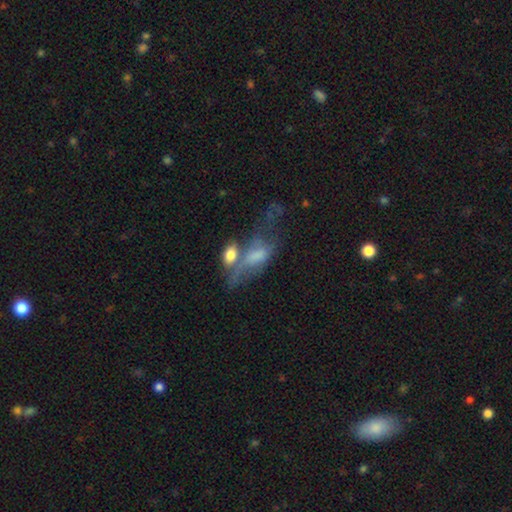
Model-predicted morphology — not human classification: smooth 52%, featured or disk 37%, star or artifact 11%. Down the decision tree: how rounded — in between (79%); merging — merger (48%).